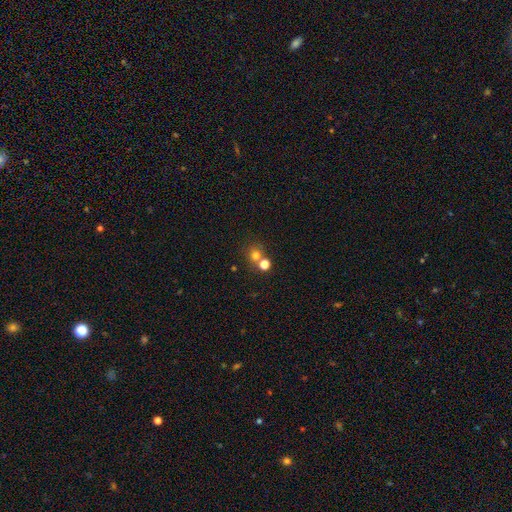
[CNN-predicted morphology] Q: Smooth or featured?
A: smooth (72%); runner-up: star or artifact (20%)
Q: How rounded?
A: round (86%); runner-up: in between (13%)
Q: Merging?
A: none (61%); runner-up: merger (28%)